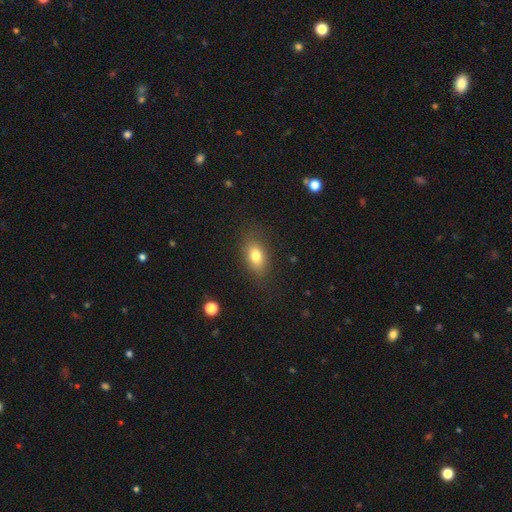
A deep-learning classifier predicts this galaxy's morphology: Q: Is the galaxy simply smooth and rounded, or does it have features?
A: smooth — 78%.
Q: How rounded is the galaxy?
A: in between — 84%.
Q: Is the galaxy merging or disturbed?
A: none — 80%.